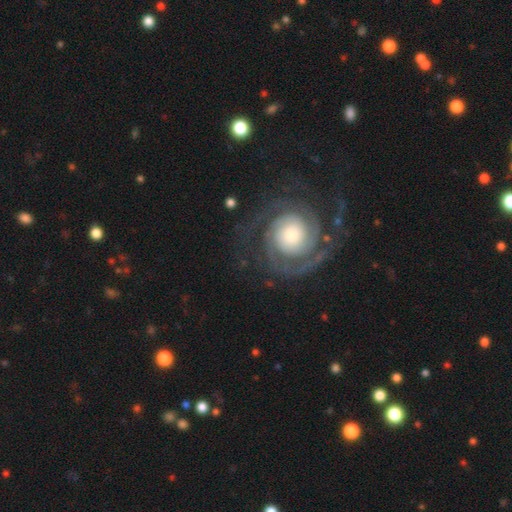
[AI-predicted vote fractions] Morphology: type=featured or disk (82%); edge-on=no (98%); bar=no (76%); spiral arms=yes (94%); winding=tight (64%); arm count=2 (48%); bulge=moderate (40%); merging=none (74%).